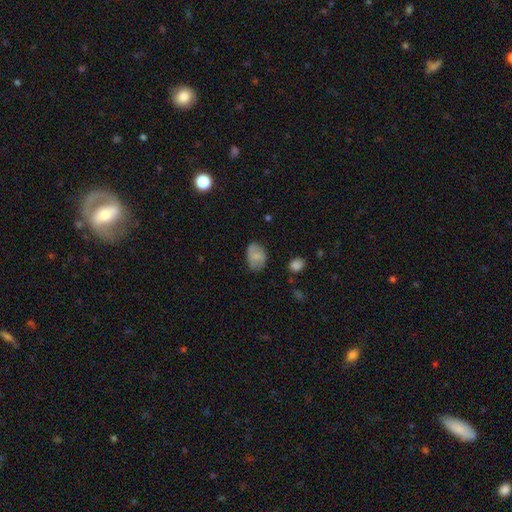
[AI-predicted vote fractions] smooth-or-featured: smooth: 71% | featured or disk: 20% | star or artifact: 8%
  how-rounded: in between: 80% | round: 19% | cigar-shaped: 1%
  merging: none: 69% | minor disturbance: 23% | major disturbance: 6% | merger: 2%